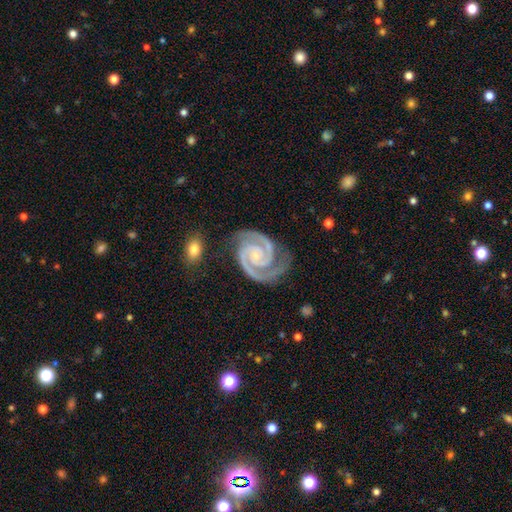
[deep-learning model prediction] Morphology: type=featured or disk (95%); edge-on=no (98%); bar=no (65%); spiral arms=yes (99%); winding=tight (67%); arm count=2 (93%); bulge=small (74%); merging=none (77%).